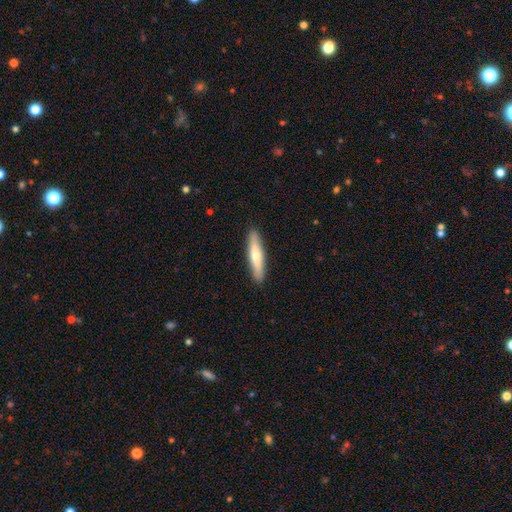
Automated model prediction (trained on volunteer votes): A smooth galaxy with no disk features (60%) that is cigar-shaped (88%). Merging: none (91%).